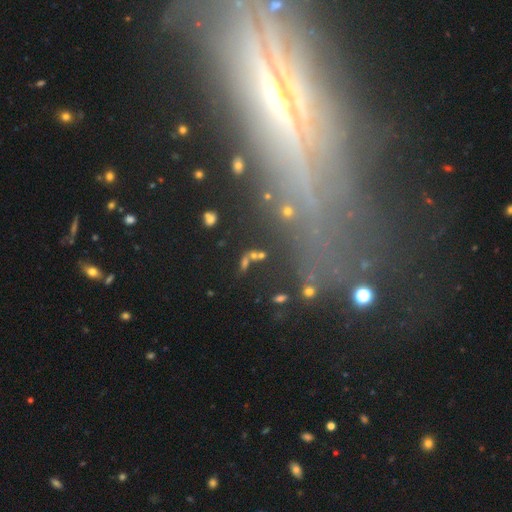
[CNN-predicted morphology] Smooth or featured?
  - star or artifact: 38% *
  - smooth: 34%
  - featured or disk: 29%